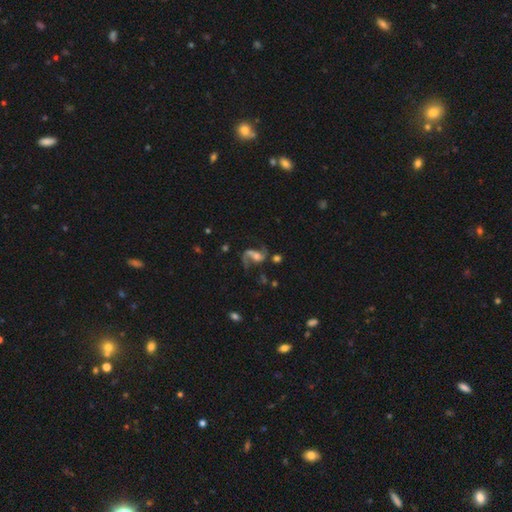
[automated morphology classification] Overall: featured or disk (79%). Edge-on disk: no (97%). Bar: no (42%; weak 39%). Spiral arms: yes (91%). Spiral arm count: 2 (81%). Spiral winding: loose (72%). Bulge size: moderate (45%; small 29%). Merging: none (51%; major disturbance 23%).